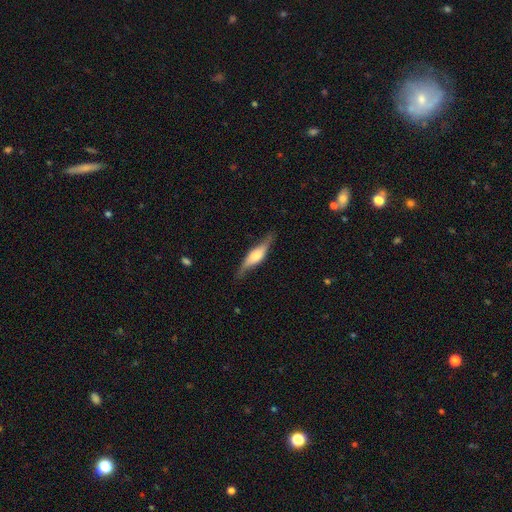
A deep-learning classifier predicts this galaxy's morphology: Smooth or featured: featured or disk — 59% (smooth — 36%)
Edge-on disk: yes — 82% (no — 18%)
Merging: none — 75% (minor disturbance — 19%)